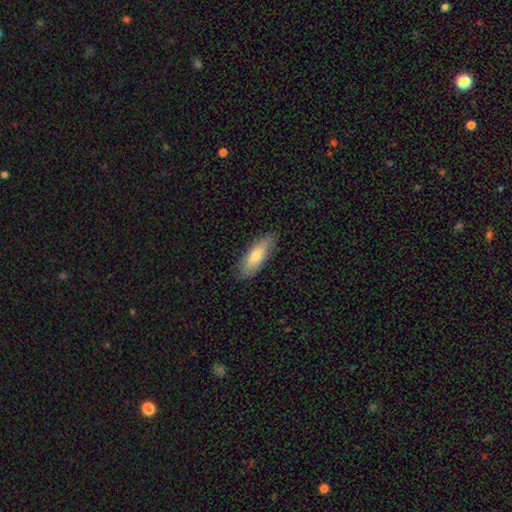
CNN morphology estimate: smooth-or-featured: smooth: 75% | featured or disk: 19% | star or artifact: 6%
  how-rounded: in between: 52% | cigar-shaped: 46% | round: 2%
  merging: none: 86% | minor disturbance: 11% | major disturbance: 2% | merger: 1%